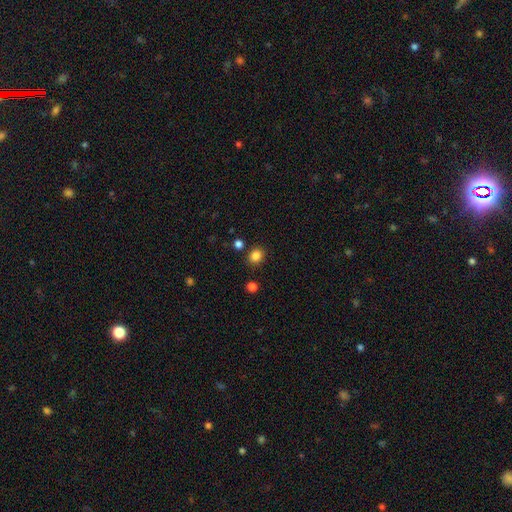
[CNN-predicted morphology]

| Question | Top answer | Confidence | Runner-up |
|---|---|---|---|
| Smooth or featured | smooth | 85% | star or artifact (12%) |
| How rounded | round | 72% | in between (27%) |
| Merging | none | 86% | minor disturbance (8%) |